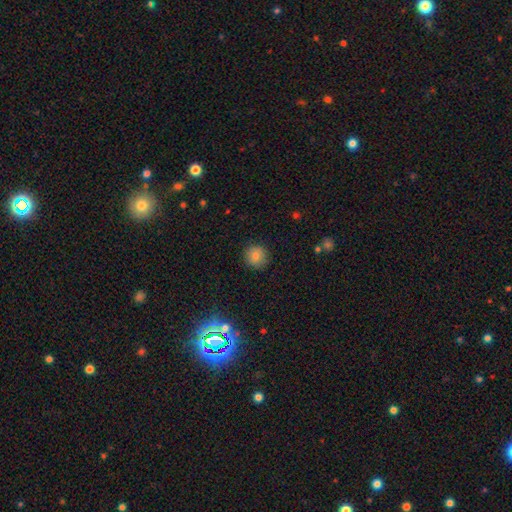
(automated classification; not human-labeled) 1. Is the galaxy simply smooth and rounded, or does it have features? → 79% smooth, 11% star or artifact, 9% featured or disk.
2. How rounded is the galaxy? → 92% round, 7% in between, 1% cigar-shaped.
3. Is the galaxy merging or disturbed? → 88% none, 8% minor disturbance, 2% major disturbance, 1% merger.